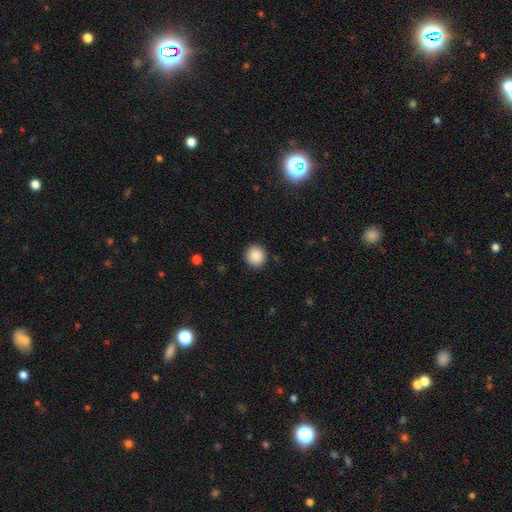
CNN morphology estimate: Smooth or featured? smooth (88%)
How rounded? round (92%)
Merging? none (91%)